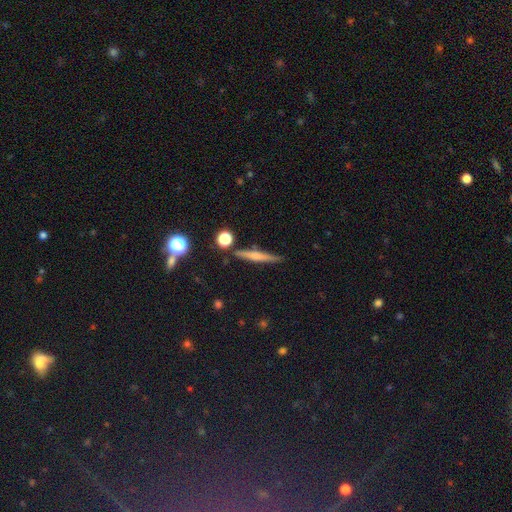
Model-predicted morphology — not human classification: This appears to be a smooth galaxy with no disk features (51%) that is cigar-shaped (90%). Merging: none (84%).